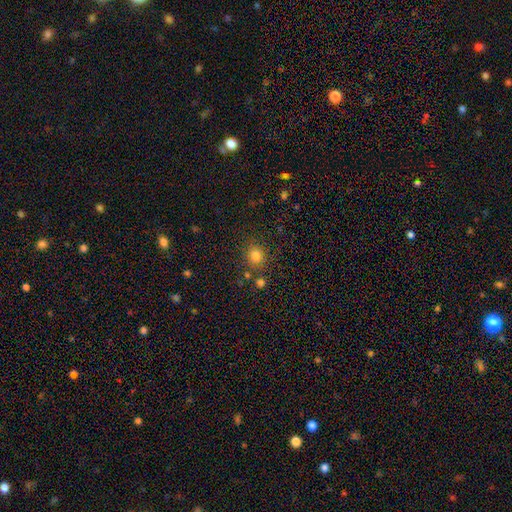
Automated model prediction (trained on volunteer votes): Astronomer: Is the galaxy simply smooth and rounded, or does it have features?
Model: smooth — 80%.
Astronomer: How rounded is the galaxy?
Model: round — 86%.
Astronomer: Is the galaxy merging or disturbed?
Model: none — 81%.